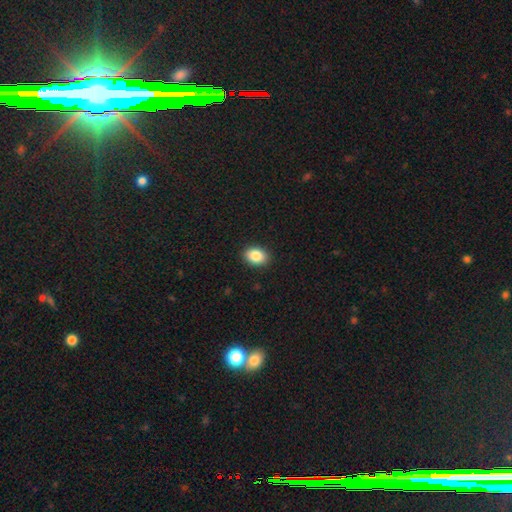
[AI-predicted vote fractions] The model was most divided on "how rounded": in between: 72%, round: 27%, cigar-shaped: 1%. More confident: merging — none (90%); smooth or featured — smooth (86%).